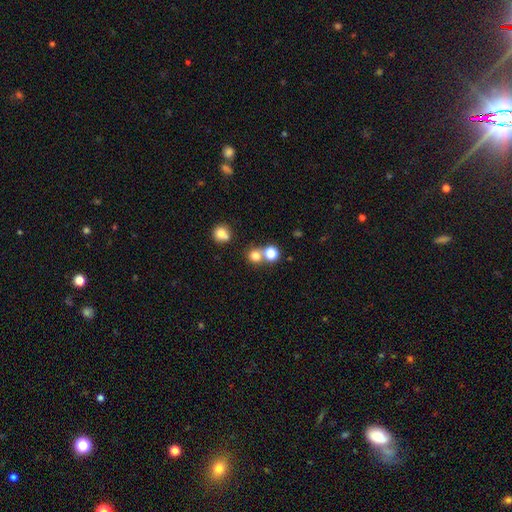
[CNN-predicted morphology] The model was most divided on "merging": none: 59%, merger: 31%, minor disturbance: 7%, major disturbance: 3%. More confident: how rounded — round (88%); smooth or featured — smooth (75%).